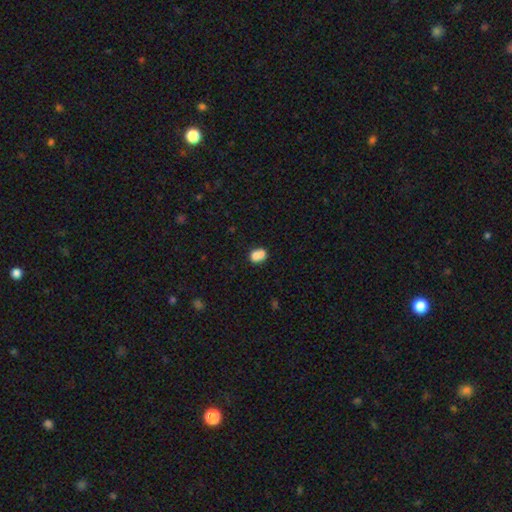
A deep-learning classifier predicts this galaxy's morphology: This is likely a smooth galaxy (74%). How rounded: possibly round (53%). Merging: possibly merger (60%).